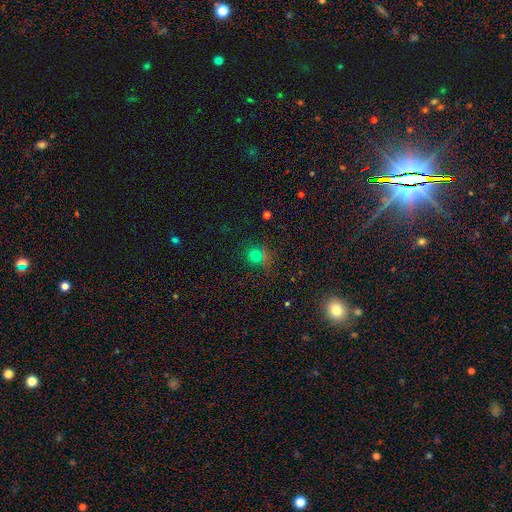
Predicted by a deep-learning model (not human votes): A smooth galaxy with no disk features (67%) that is round (87%).

Vote fractions:
- Smooth or featured? smooth: 67% / star or artifact: 26% / featured or disk: 7%
- How rounded? round: 87% / in between: 12% / cigar-shaped: 1%
- Merging? none: 73% / minor disturbance: 14% / merger: 7% / major disturbance: 6%